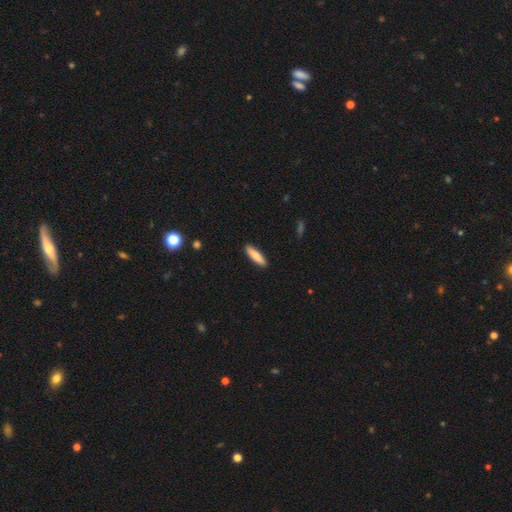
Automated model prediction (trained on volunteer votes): Morphology: type=smooth (79%); roundness=cigar-shaped (75%); merging=none (91%).